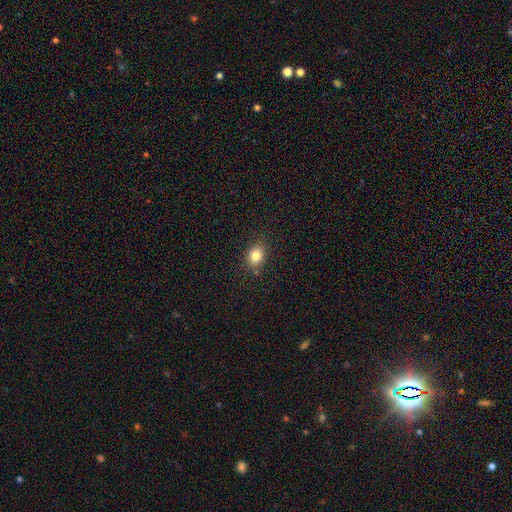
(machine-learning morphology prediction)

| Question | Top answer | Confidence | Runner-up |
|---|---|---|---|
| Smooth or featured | smooth | 83% | star or artifact (11%) |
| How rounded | in between | 56% | round (43%) |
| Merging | none | 82% | minor disturbance (12%) |